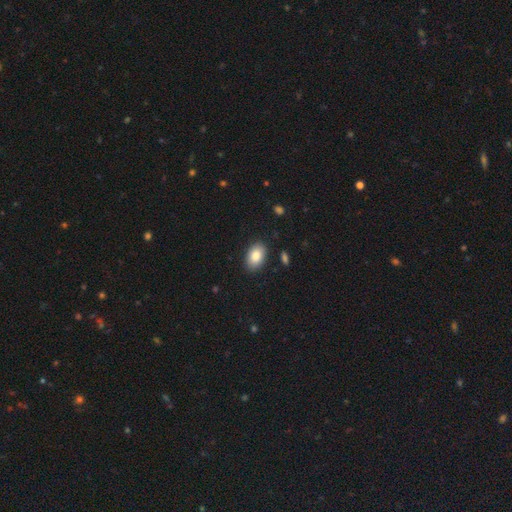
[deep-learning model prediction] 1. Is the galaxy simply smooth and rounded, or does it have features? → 85% smooth, 8% featured or disk, 7% star or artifact.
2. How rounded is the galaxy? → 90% in between, 9% round, 1% cigar-shaped.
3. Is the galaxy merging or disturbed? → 87% none, 9% minor disturbance, 2% major disturbance, 1% merger.